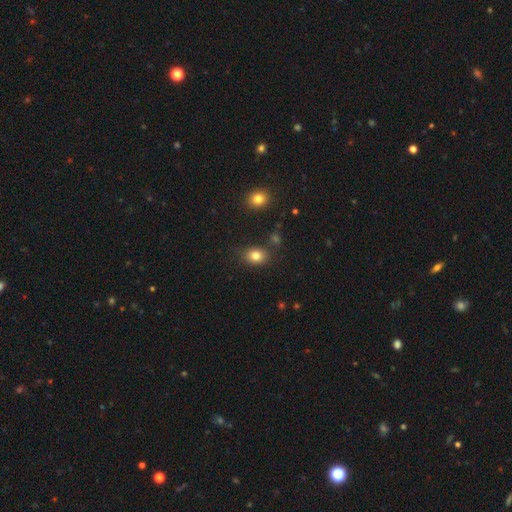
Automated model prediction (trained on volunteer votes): This is clearly a smooth galaxy (81%). How rounded: possibly in between (57%). Merging: likely none (78%).